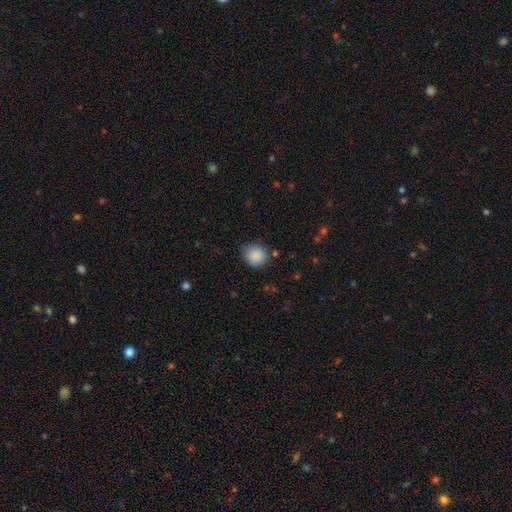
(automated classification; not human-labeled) smooth_or_featured: smooth (p=0.88) [alt: star or artifact p=0.08]
how_rounded: round (p=0.78) [alt: in between p=0.21]
merging: none (p=0.76) [alt: minor disturbance p=0.18]